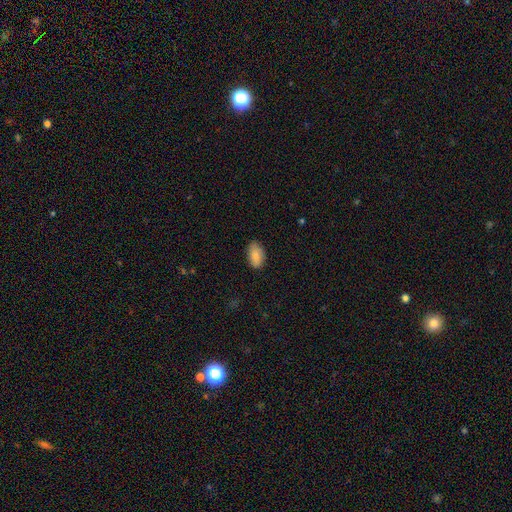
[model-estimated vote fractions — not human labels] smooth-or-featured: smooth: 87% | star or artifact: 7% | featured or disk: 7%
  how-rounded: in between: 93% | round: 5% | cigar-shaped: 2%
  merging: none: 81% | minor disturbance: 16% | major disturbance: 3% | merger: 1%